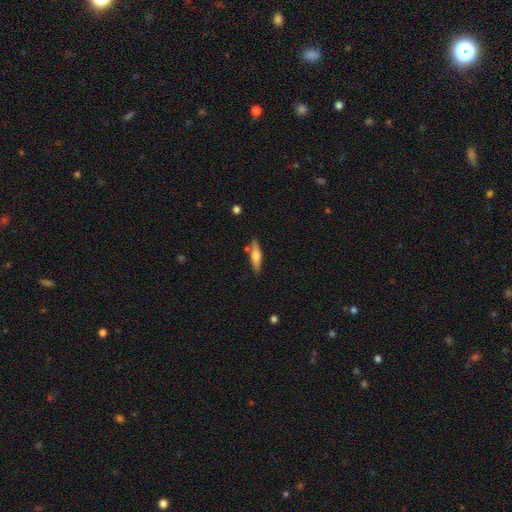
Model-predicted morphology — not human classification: A smooth galaxy with no disk features (54%) that is cigar-shaped (63%).

Vote fractions:
- Smooth or featured? smooth: 54% / featured or disk: 39% / star or artifact: 6%
- How rounded? cigar-shaped: 63% / in between: 35% / round: 2%
- Merging? none: 79% / minor disturbance: 12% / merger: 6% / major disturbance: 3%